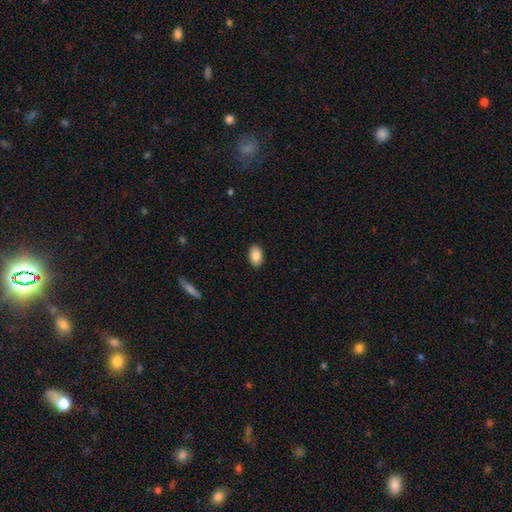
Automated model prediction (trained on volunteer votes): A smooth galaxy with no disk features (87%) that is in between round and cigar-shaped (91%). Merging: none (89%).